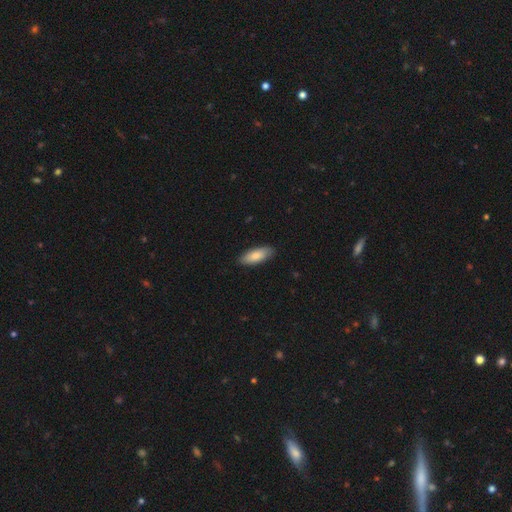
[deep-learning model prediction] A smooth galaxy with no disk features (83%) that is in between round and cigar-shaped (76%). Merging: none (87%).